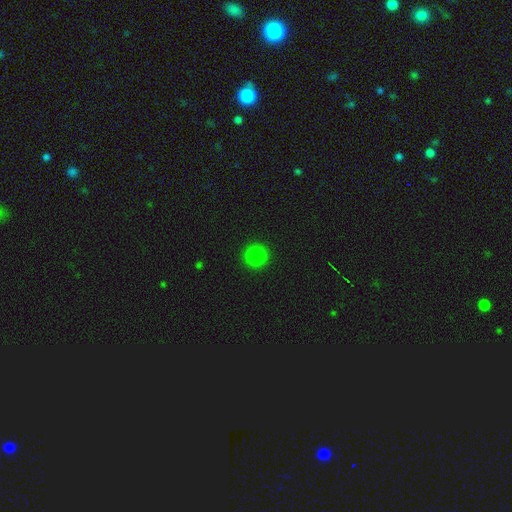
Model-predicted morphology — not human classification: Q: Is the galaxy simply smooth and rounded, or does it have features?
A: smooth — 85%.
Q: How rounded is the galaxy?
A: round — 93%.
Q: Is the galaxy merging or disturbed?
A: none — 92%.